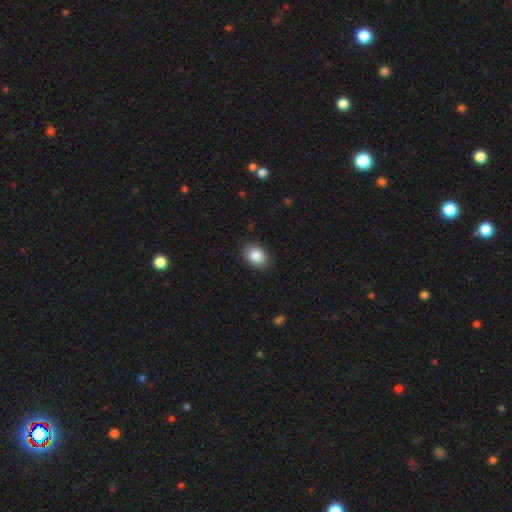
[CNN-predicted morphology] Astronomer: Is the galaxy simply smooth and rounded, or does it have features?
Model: smooth — 87%.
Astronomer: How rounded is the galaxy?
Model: in between — 71%.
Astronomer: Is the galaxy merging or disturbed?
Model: none — 86%.